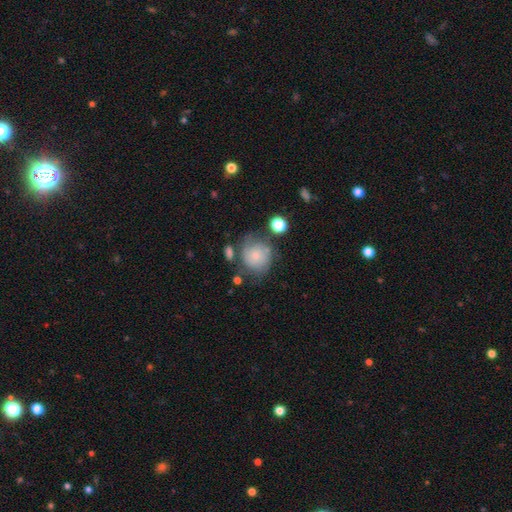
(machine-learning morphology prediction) smooth 66%, featured or disk 26%, star or artifact 9%. Down the decision tree: how rounded — round (82%); merging — none (52%).